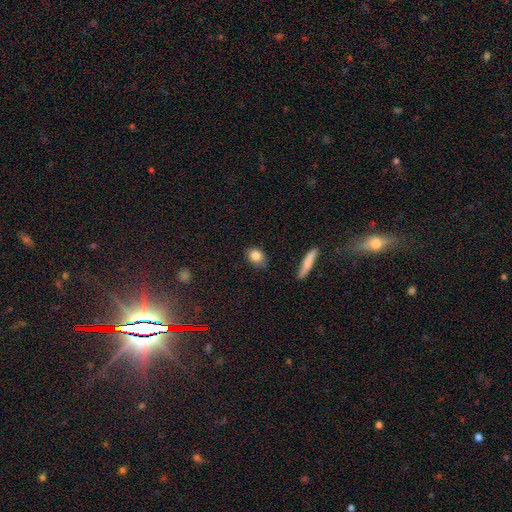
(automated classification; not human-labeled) Smooth or featured?
  - smooth: 84% *
  - star or artifact: 8%
  - featured or disk: 8%
How rounded?
  - in between: 52% *
  - round: 44%
  - cigar-shaped: 4%
Merging?
  - none: 72% *
  - minor disturbance: 21%
  - major disturbance: 4%
  - merger: 2%